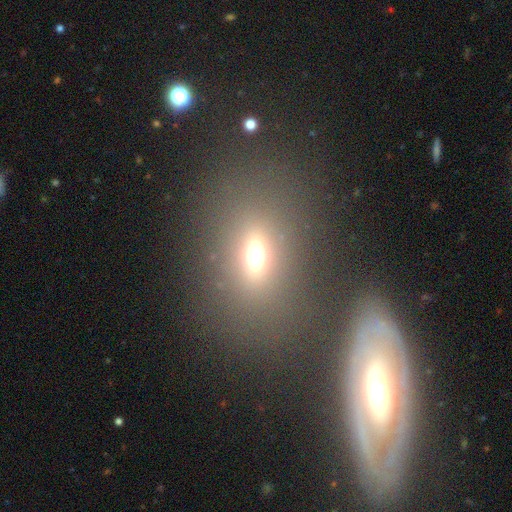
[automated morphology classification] This appears to be a smooth galaxy with no disk features (63%) that is in between round and cigar-shaped (72%). Merging: none (77%).